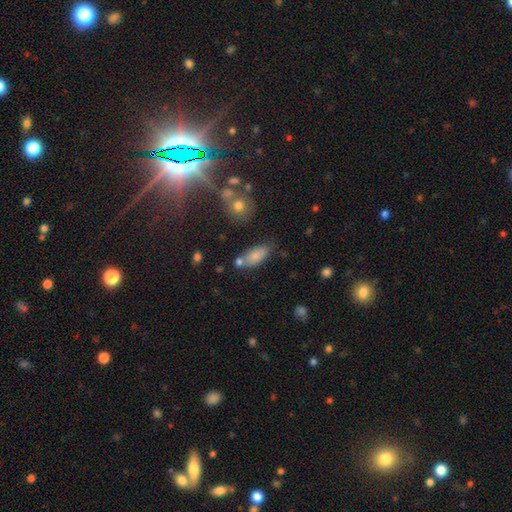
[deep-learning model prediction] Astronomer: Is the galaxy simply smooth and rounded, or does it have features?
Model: smooth — 81%.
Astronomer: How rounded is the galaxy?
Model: in between — 85%.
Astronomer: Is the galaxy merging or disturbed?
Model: none — 59%.